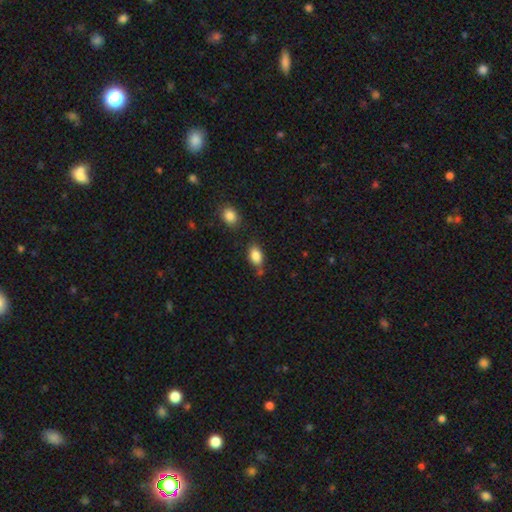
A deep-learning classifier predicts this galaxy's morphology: Overall: smooth (86%). How rounded: in between (88%). Merging: none (68%).